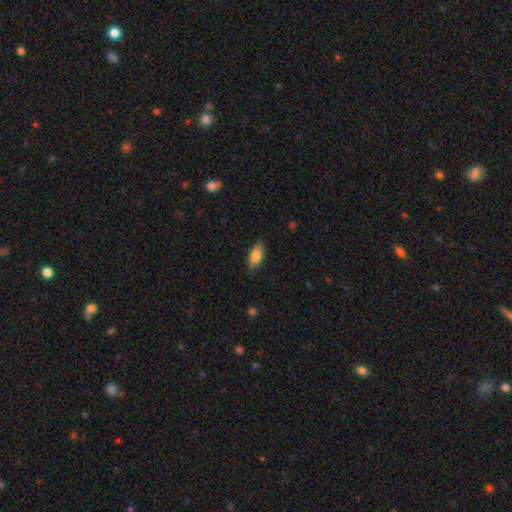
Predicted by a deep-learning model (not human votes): Smooth or featured? Predicted: smooth (p=0.81). How rounded? Predicted: in between (p=0.84). Merging? Predicted: none (p=0.84).